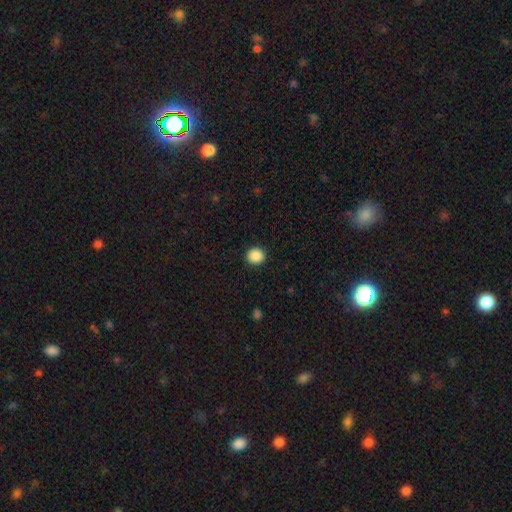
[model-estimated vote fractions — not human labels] Smooth or featured? Predicted: smooth (p=0.89). How rounded? Predicted: round (p=0.89). Merging? Predicted: none (p=0.92).